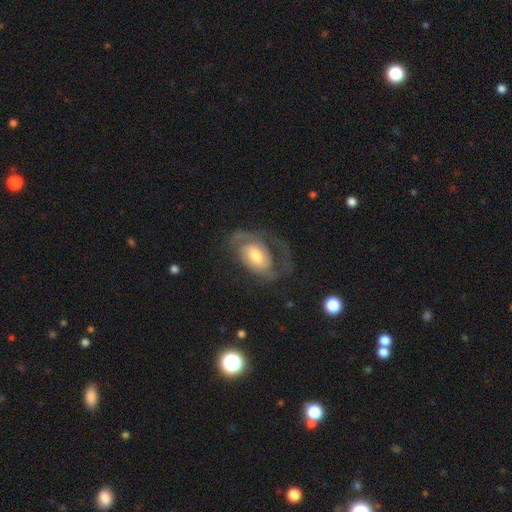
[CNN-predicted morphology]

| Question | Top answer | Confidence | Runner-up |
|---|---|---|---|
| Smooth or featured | featured or disk | 78% | smooth (16%) |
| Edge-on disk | no | 96% | yes (4%) |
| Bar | no | 53% | weak (36%) |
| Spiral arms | yes | 89% | no (11%) |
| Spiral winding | medium | 45% | tight (35%) |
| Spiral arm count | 2 | 66% | 1 (14%) |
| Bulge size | moderate | 59% | small (25%) |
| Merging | none | 54% | major disturbance (26%) |